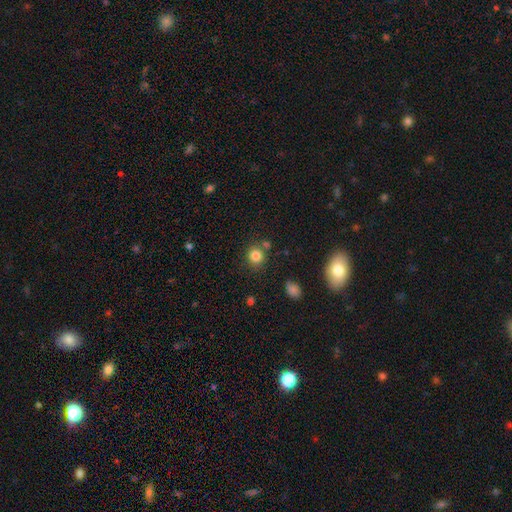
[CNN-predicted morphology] This is clearly a smooth galaxy (82%). How rounded: clearly round (86%). Merging: likely none (75%).